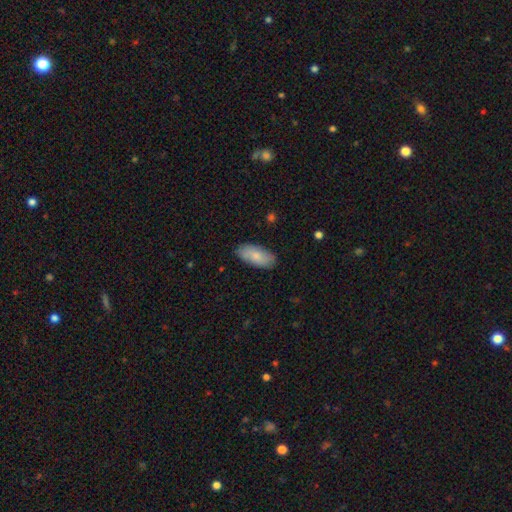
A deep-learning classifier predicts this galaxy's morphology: Overall: smooth (78%). How rounded: in between (91%). Merging: none (83%).